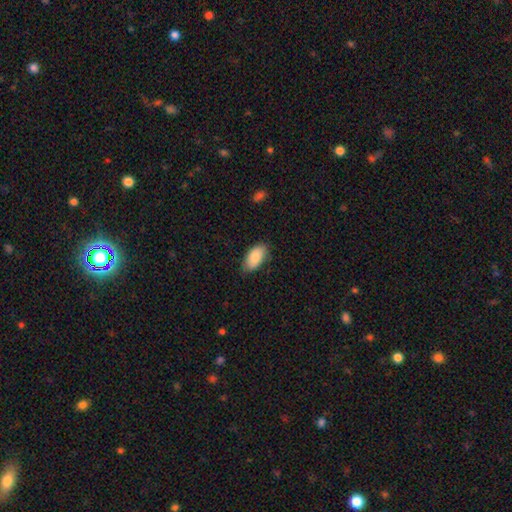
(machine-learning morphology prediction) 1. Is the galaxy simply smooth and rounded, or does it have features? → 85% smooth, 9% featured or disk, 6% star or artifact.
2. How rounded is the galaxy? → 94% in between, 3% cigar-shaped, 3% round.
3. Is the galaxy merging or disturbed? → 78% none, 18% minor disturbance, 3% major disturbance, 1% merger.